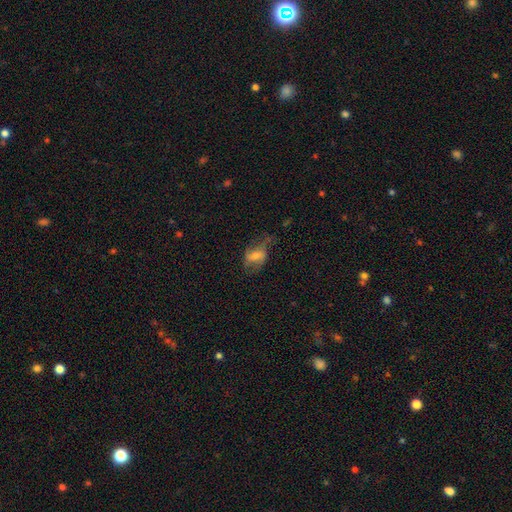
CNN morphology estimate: smooth_or_featured: featured or disk (p=0.52) [alt: smooth p=0.36]
disk_edge_on: no (p=0.94) [alt: yes p=0.06]
merging: none (p=0.49) [alt: minor disturbance p=0.25]